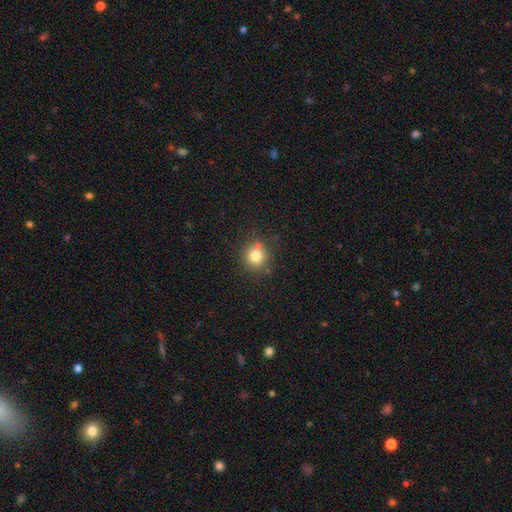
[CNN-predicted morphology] Smooth or featured?
  - smooth: 78% *
  - star or artifact: 13%
  - featured or disk: 9%
How rounded?
  - round: 91% *
  - in between: 8%
  - cigar-shaped: 1%
Merging?
  - none: 77% *
  - minor disturbance: 10%
  - merger: 10%
  - major disturbance: 3%